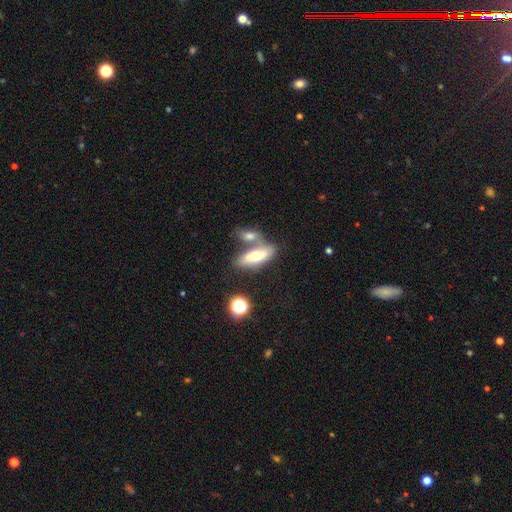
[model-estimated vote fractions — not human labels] This is likely a smooth galaxy (61%). How rounded: likely in between (62%). Merging: marginally merger (43%).